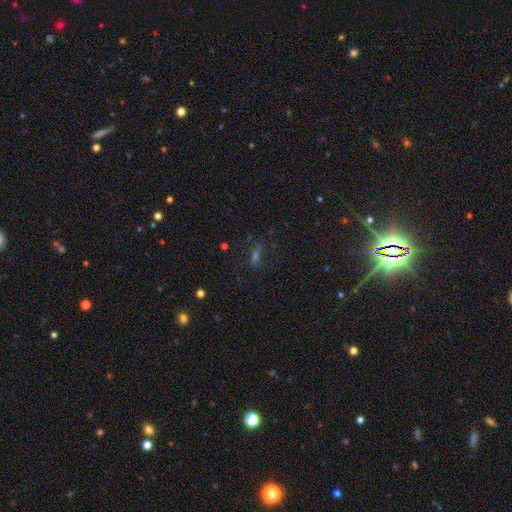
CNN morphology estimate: type=star or artifact (44%).